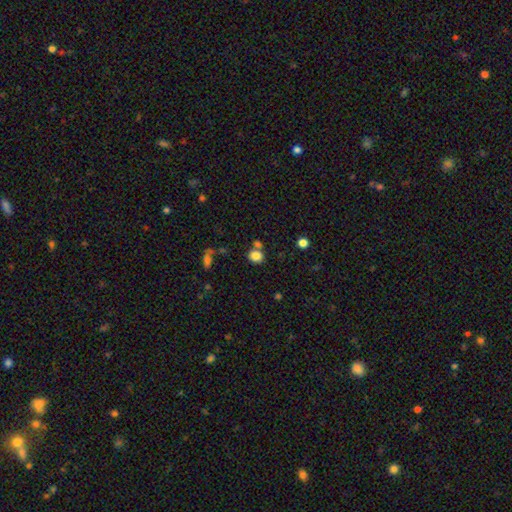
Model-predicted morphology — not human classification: Smooth or featured? Predicted: smooth (p=0.83). How rounded? Predicted: round (p=0.65). Merging? Predicted: none (p=0.65).